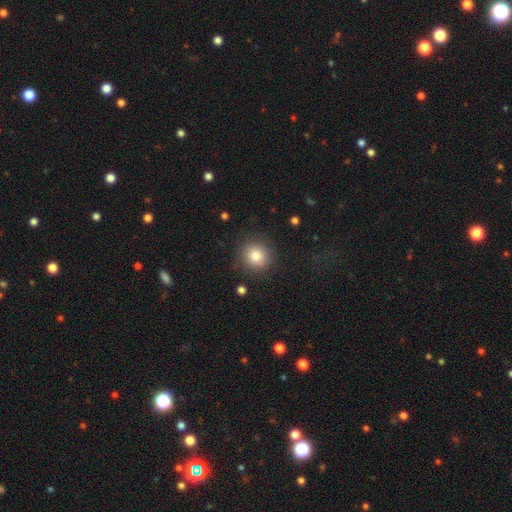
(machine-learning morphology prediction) Smooth or featured?
  - smooth: 82% *
  - star or artifact: 11%
  - featured or disk: 8%
How rounded?
  - round: 92% *
  - in between: 7%
  - cigar-shaped: 1%
Merging?
  - none: 88% *
  - minor disturbance: 8%
  - major disturbance: 3%
  - merger: 1%